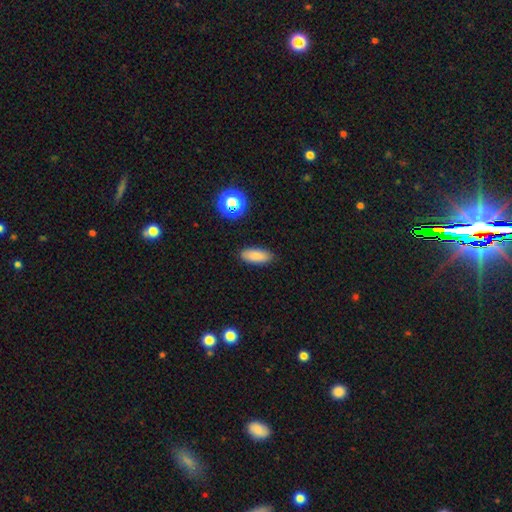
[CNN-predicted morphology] A smooth galaxy with no disk features (85%) that is in between round and cigar-shaped (81%). Merging: none (88%).